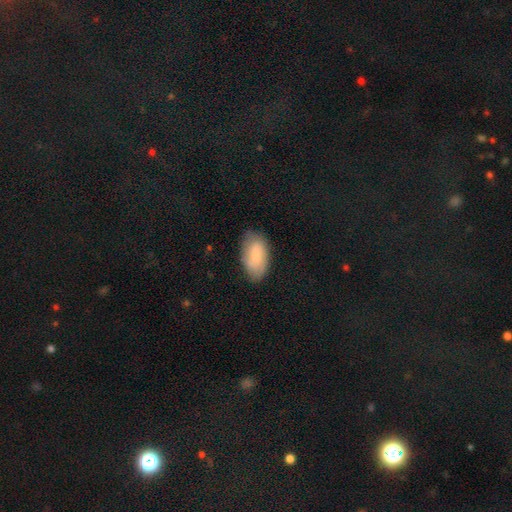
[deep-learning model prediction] Morphology: type=smooth (78%); roundness=in between (94%); merging=none (75%).